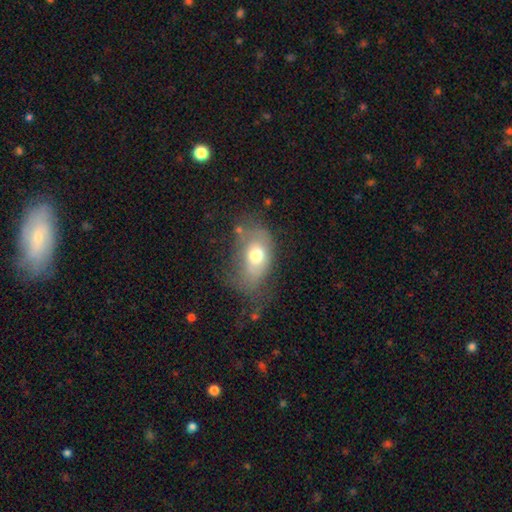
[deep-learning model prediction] smooth-or-featured: smooth: 61% | featured or disk: 29% | star or artifact: 10%
  how-rounded: in between: 83% | round: 15% | cigar-shaped: 2%
  merging: none: 35% | major disturbance: 32% | minor disturbance: 29% | merger: 4%